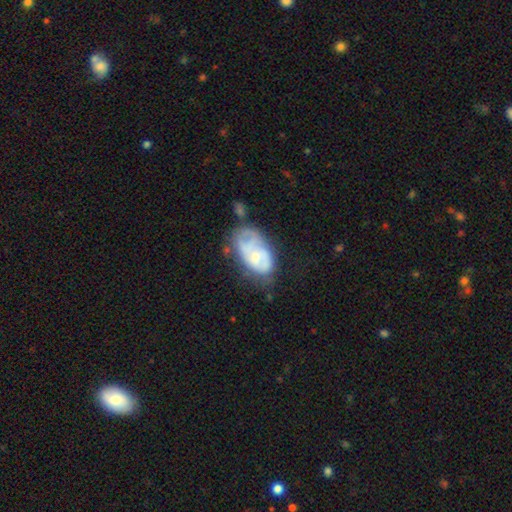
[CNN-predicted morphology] This is possibly a featured or disk galaxy (57%). It is clearly not viewed edge-on (96%). Bar: likely no (78%). Spiral arm pattern: possibly yes (52%). Central bulge: possibly small (56%). Merging: marginally none (36%).